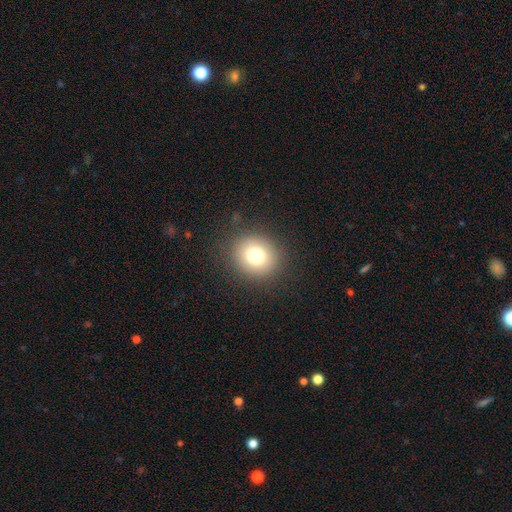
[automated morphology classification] The model was most divided on "smooth or featured": smooth: 76%, star or artifact: 14%, featured or disk: 10%. More confident: merging — none (88%); how rounded — round (81%).